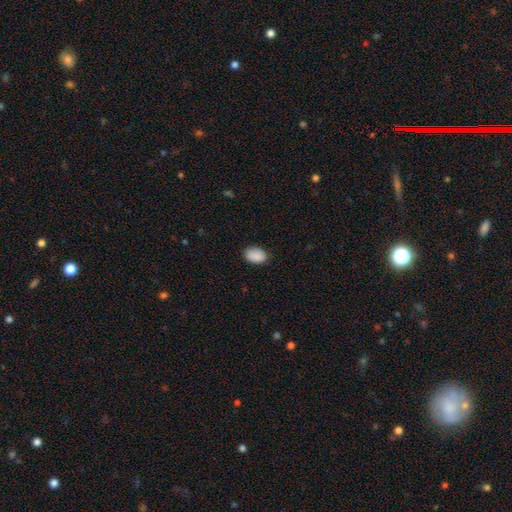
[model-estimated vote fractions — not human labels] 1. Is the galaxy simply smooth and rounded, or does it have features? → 90% smooth, 7% star or artifact, 4% featured or disk.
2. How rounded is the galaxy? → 84% in between, 15% round, 1% cigar-shaped.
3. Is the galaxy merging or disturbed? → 83% none, 13% minor disturbance, 2% major disturbance, 1% merger.